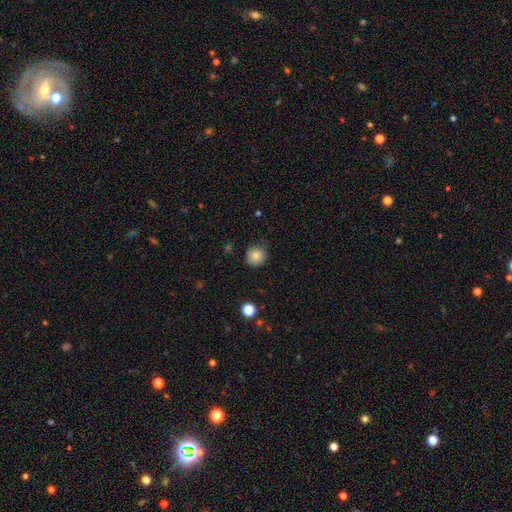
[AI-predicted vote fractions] Smooth or featured? Predicted: smooth (p=0.84). How rounded? Predicted: round (p=0.91). Merging? Predicted: none (p=0.81).